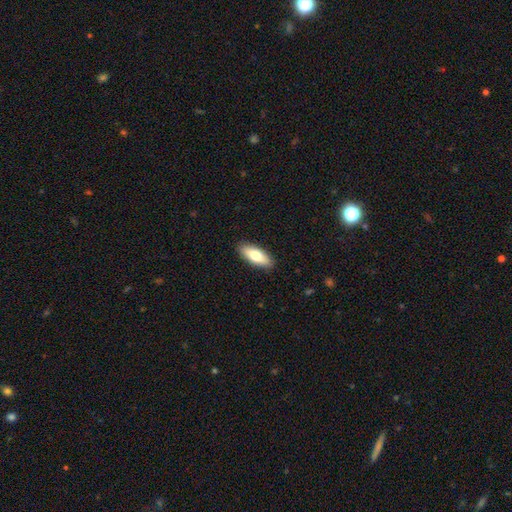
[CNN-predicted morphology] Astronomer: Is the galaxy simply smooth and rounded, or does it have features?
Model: smooth — 73%.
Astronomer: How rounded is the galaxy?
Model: in between — 75%.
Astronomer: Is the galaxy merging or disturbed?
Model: none — 90%.